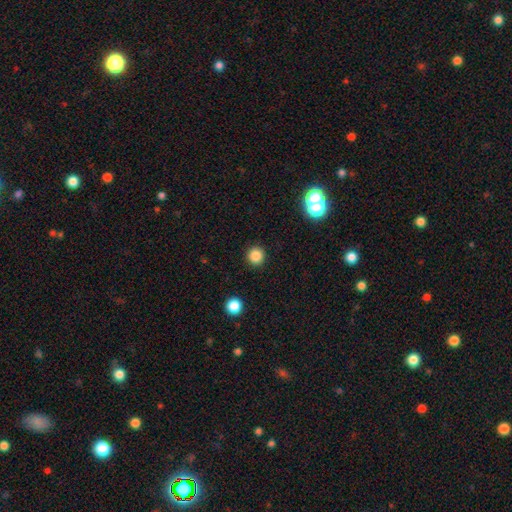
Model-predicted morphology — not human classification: The model was most divided on "smooth or featured": smooth: 84%, star or artifact: 12%, featured or disk: 3%. More confident: how rounded — round (95%); merging — none (92%).